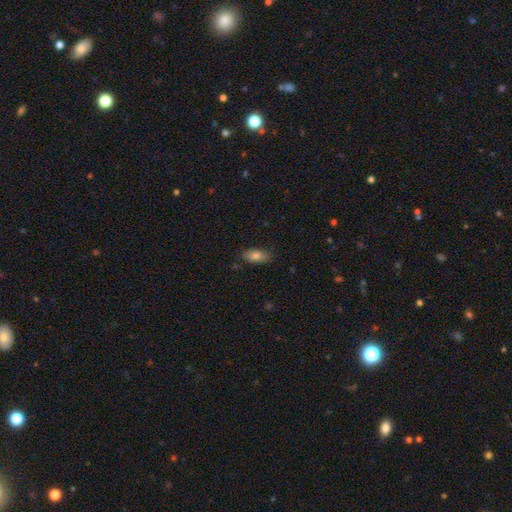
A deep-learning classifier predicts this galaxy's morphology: A smooth galaxy with no disk features (80%) that is in between round and cigar-shaped (85%).

Vote fractions:
- Smooth or featured? smooth: 80% / featured or disk: 12% / star or artifact: 8%
- How rounded? in between: 85% / cigar-shaped: 12% / round: 3%
- Merging? none: 82% / minor disturbance: 14% / major disturbance: 3% / merger: 1%